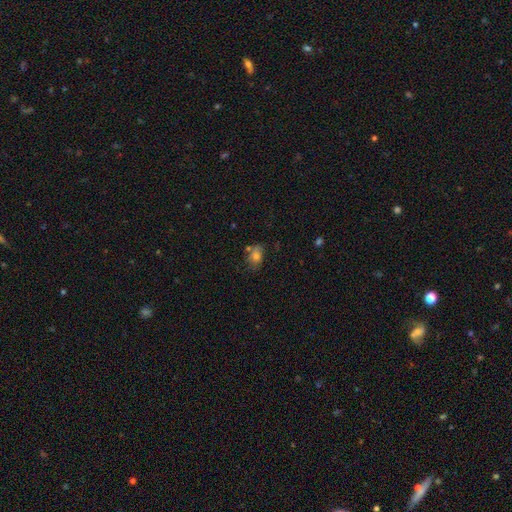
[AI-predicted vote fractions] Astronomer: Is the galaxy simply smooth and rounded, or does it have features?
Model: smooth — 72%.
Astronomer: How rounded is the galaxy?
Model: in between — 72%.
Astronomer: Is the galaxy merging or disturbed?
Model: none — 57%.